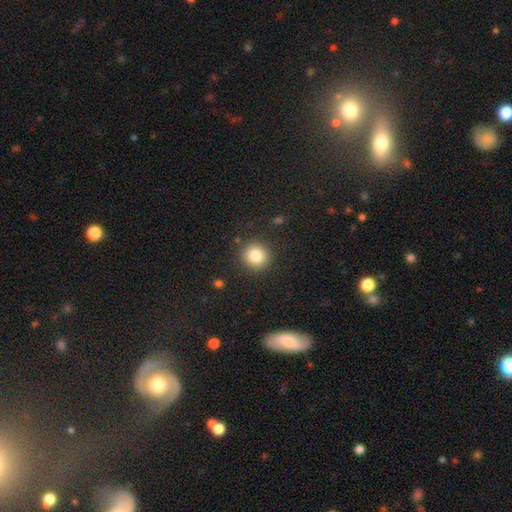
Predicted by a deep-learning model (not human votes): The model was most divided on "smooth or featured": smooth: 83%, star or artifact: 10%, featured or disk: 6%. More confident: how rounded — round (92%); merging — none (89%).